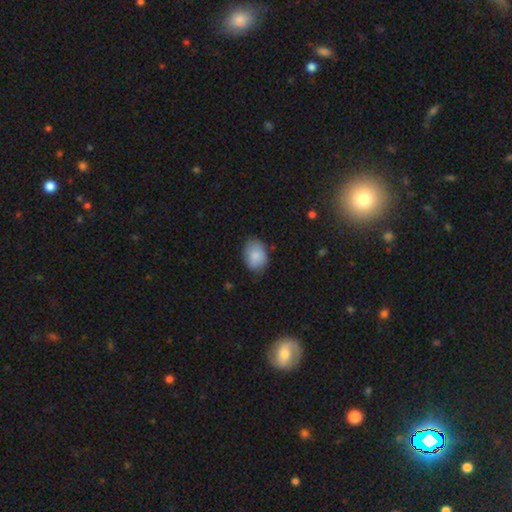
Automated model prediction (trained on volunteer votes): Q: Smooth or featured?
A: smooth (86%); runner-up: featured or disk (8%)
Q: How rounded?
A: in between (78%); runner-up: round (21%)
Q: Merging?
A: none (75%); runner-up: minor disturbance (20%)